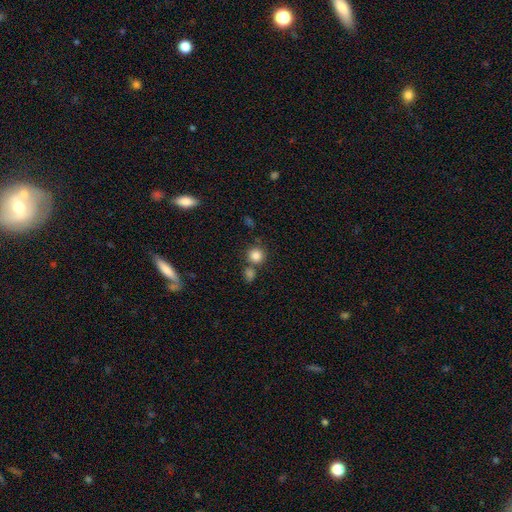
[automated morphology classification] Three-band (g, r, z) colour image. It shows a smooth galaxy with no disk features (84%) that is round (91%). Merging: none (69%).